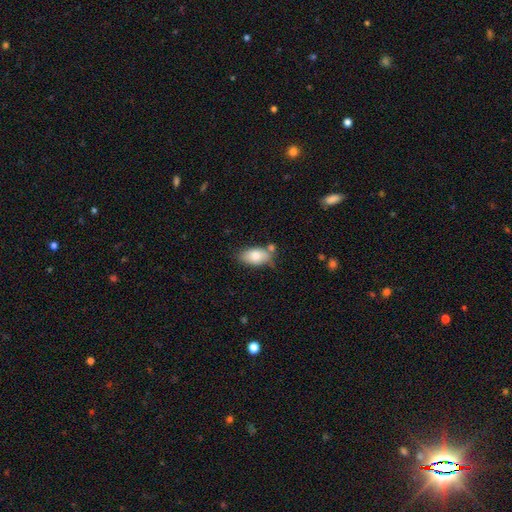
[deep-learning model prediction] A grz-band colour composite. It shows a smooth galaxy with no disk features (80%) that is in between round and cigar-shaped (92%). Merging: none (60%).